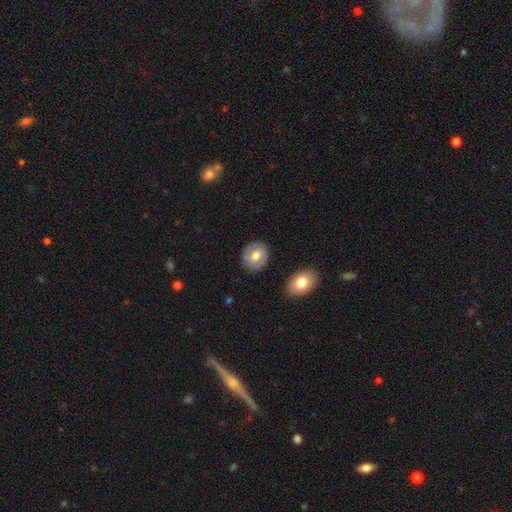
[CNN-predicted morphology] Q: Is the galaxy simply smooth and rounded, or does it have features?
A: smooth — 65%.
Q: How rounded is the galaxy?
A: round — 61%.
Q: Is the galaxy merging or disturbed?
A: none — 85%.